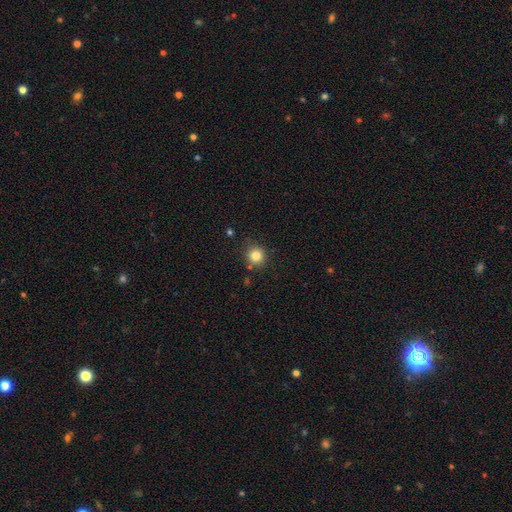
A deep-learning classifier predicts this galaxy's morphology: A smooth galaxy with no disk features (82%) that is round (91%). Merging: none (85%).